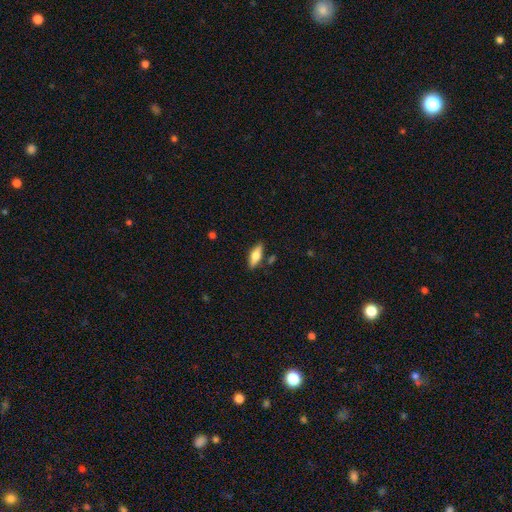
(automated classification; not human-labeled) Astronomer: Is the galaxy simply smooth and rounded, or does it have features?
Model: smooth — 52% (runner-up: featured or disk, 41%).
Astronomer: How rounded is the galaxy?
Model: in between — 62%.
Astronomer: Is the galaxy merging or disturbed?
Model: none — 82%.